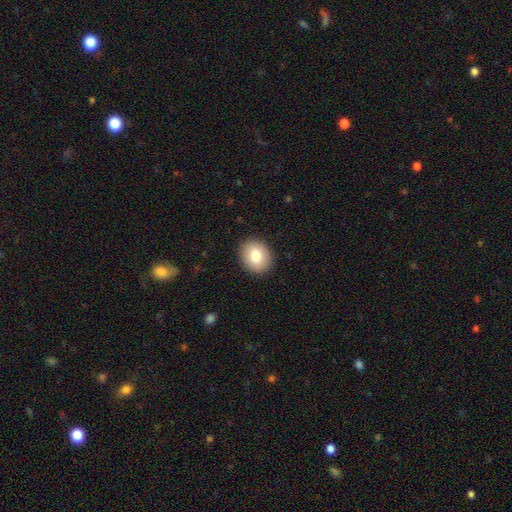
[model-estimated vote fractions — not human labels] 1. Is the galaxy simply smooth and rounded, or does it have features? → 78% smooth, 13% featured or disk, 8% star or artifact.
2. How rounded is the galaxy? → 58% round, 41% in between, 1% cigar-shaped.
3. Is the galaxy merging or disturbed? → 90% none, 7% minor disturbance, 2% major disturbance, 1% merger.